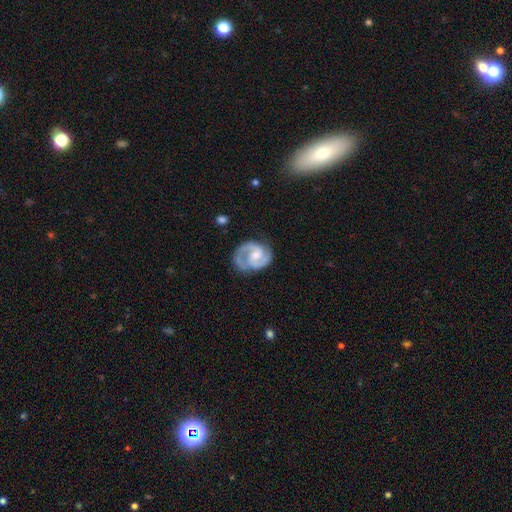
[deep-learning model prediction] smooth_or_featured: featured or disk (p=0.87) [alt: smooth p=0.09]
disk_edge_on: no (p=0.98) [alt: yes p=0.02]
bar: no (p=0.45) [tied with: weak p=0.45]
has_spiral_arms: yes (p=0.97) [alt: no p=0.03]
spiral_winding: medium (p=0.51) [alt: tight p=0.38]
spiral_arm_count: 2 (p=0.88) [alt: can't tell p=0.04]
bulge_size: moderate (p=0.51) [alt: small p=0.37]
merging: none (p=0.73) [alt: minor disturbance p=0.18]